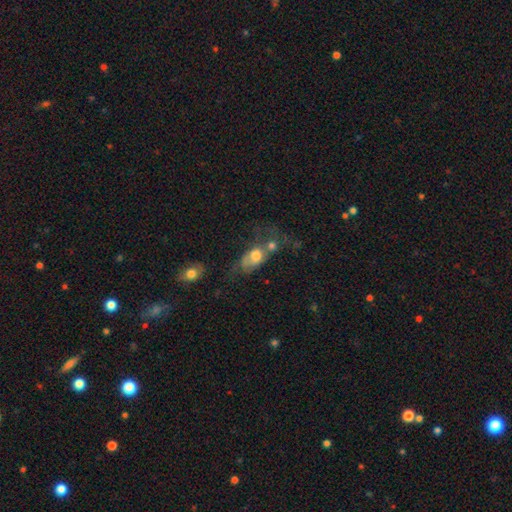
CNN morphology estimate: This is likely a smooth galaxy (62%). How rounded: likely in between (71%). Merging: marginally merger (41%).